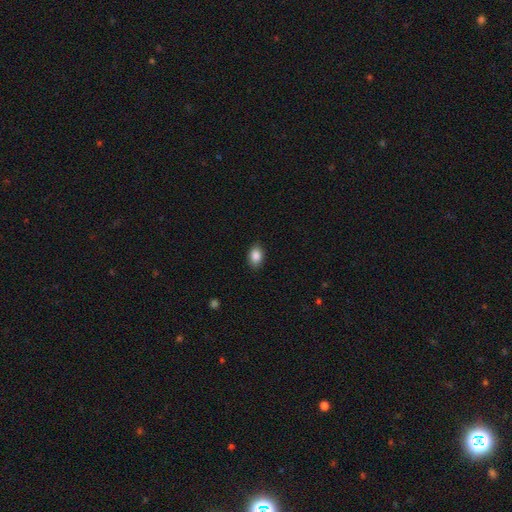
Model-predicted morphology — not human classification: Smooth or featured: smooth — 88% (star or artifact — 8%)
How rounded: in between — 82% (round — 17%)
Merging: none — 87% (minor disturbance — 10%)